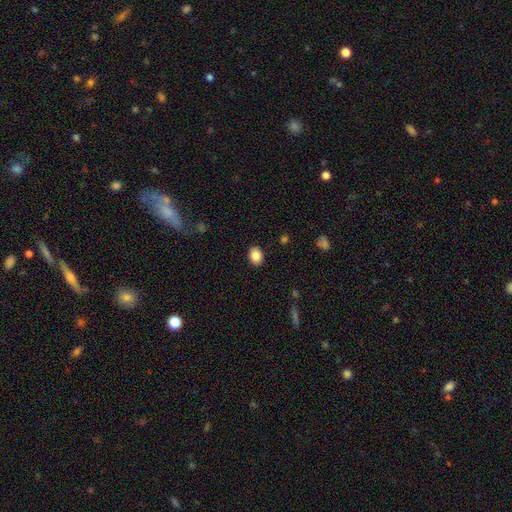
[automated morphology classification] Q: Smooth or featured?
A: smooth (86%); runner-up: star or artifact (9%)
Q: How rounded?
A: in between (57%); runner-up: round (42%)
Q: Merging?
A: none (89%); runner-up: minor disturbance (8%)